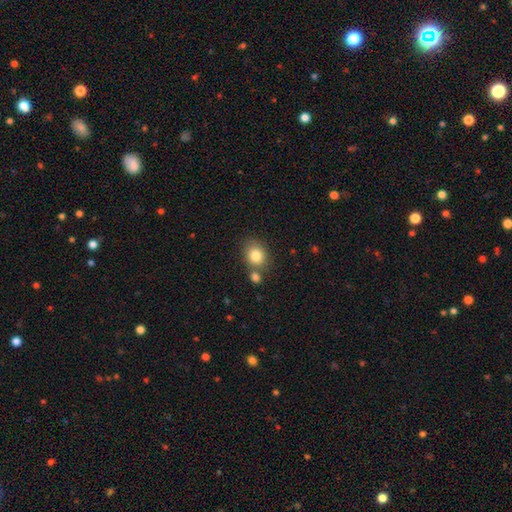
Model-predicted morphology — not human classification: smooth-or-featured: smooth: 83% | star or artifact: 10% | featured or disk: 8%
  how-rounded: round: 58% | in between: 41% | cigar-shaped: 1%
  merging: none: 64% | merger: 21% | minor disturbance: 12% | major disturbance: 4%